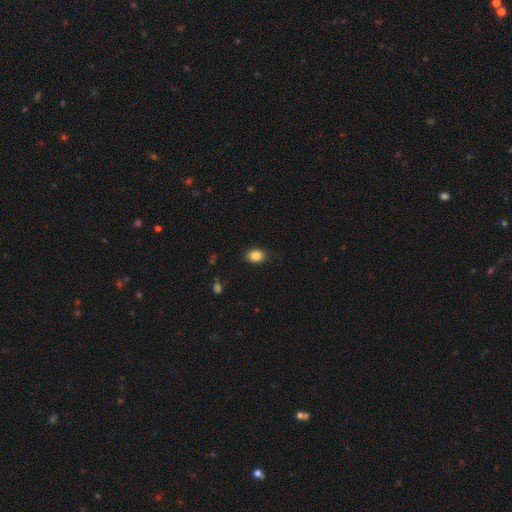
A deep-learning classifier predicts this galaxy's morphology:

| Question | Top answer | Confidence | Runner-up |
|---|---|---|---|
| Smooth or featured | smooth | 86% | star or artifact (9%) |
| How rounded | in between | 72% | round (27%) |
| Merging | none | 87% | minor disturbance (10%) |